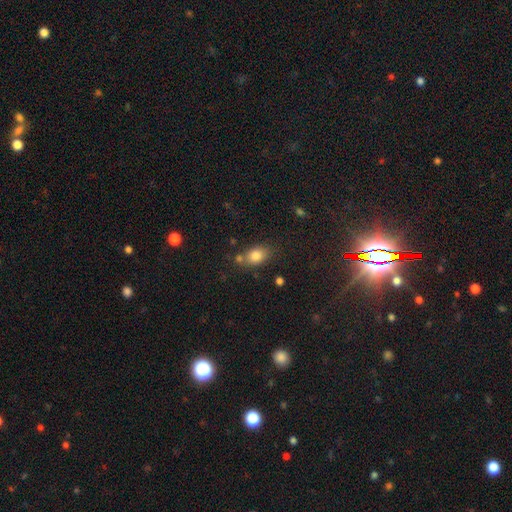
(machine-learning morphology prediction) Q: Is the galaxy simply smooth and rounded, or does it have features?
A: smooth — 81%.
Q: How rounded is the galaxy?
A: in between — 75%.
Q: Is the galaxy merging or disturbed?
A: none — 63%.